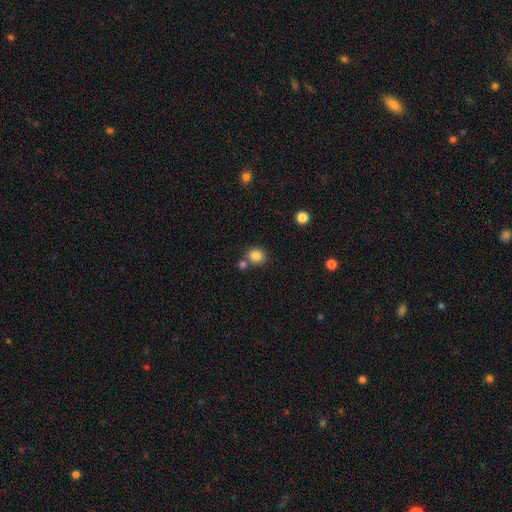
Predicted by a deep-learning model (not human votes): Morphology: type=smooth (85%); roundness=round (83%); merging=none (66%).